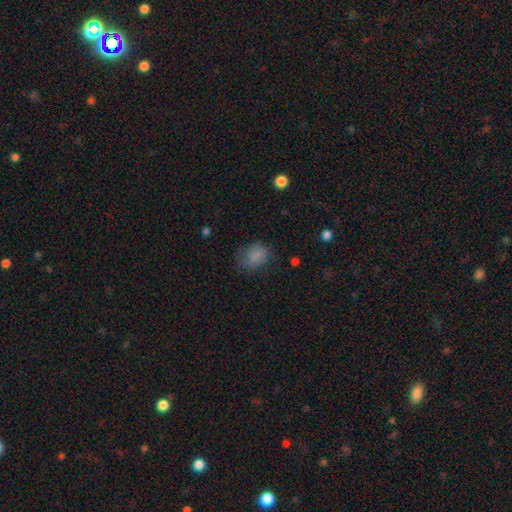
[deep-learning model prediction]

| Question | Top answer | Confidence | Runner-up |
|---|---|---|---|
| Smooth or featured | smooth | 81% | star or artifact (10%) |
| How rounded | in between | 59% | round (40%) |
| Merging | none | 65% | minor disturbance (24%) |